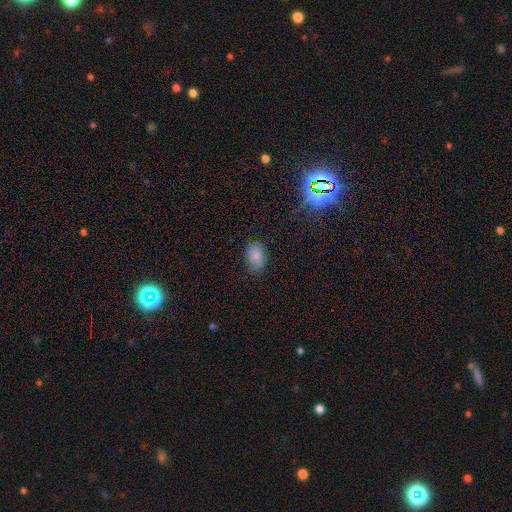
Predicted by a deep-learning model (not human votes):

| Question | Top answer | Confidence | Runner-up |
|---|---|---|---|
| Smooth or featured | smooth | 83% | star or artifact (10%) |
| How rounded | in between | 80% | round (19%) |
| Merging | none | 75% | minor disturbance (19%) |